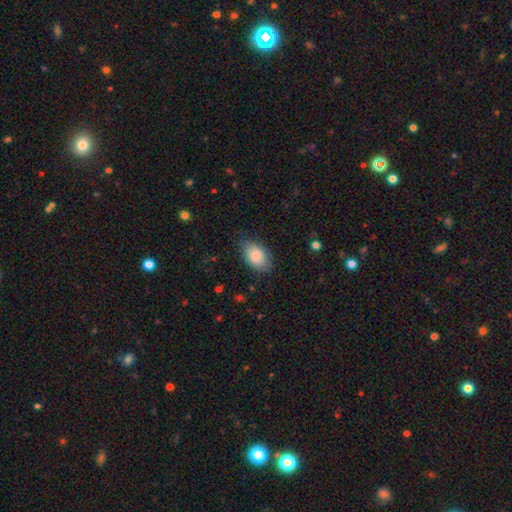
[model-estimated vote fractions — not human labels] This is clearly a smooth galaxy (84%). How rounded: clearly in between (91%). Merging: likely none (73%).